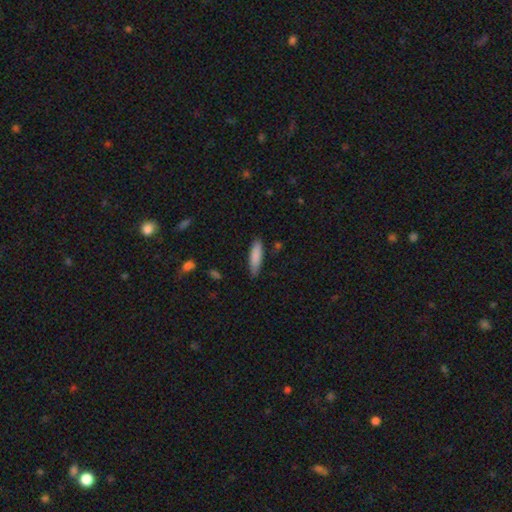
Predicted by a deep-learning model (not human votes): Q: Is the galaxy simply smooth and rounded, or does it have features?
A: smooth — 85%.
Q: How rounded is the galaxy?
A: cigar-shaped — 64%.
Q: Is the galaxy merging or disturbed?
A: none — 80%.